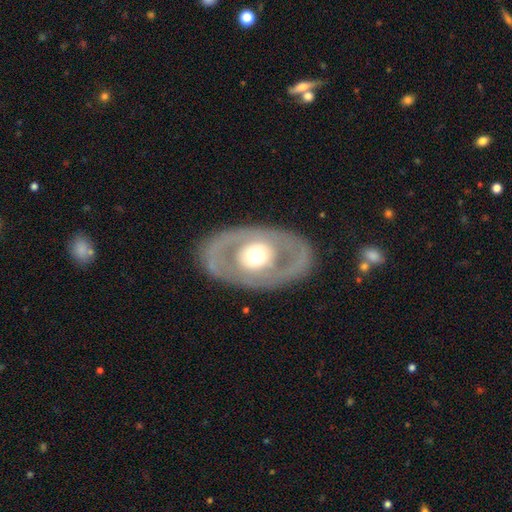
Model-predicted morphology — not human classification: Smooth or featured? Predicted: featured or disk (p=0.69). Edge-on disk? Predicted: no (p=0.92). Bar? Predicted: no (p=0.78). Spiral arms? Predicted: no (p=0.74). Bulge size? Predicted: moderate (p=0.57). Merging? Predicted: none (p=0.80).